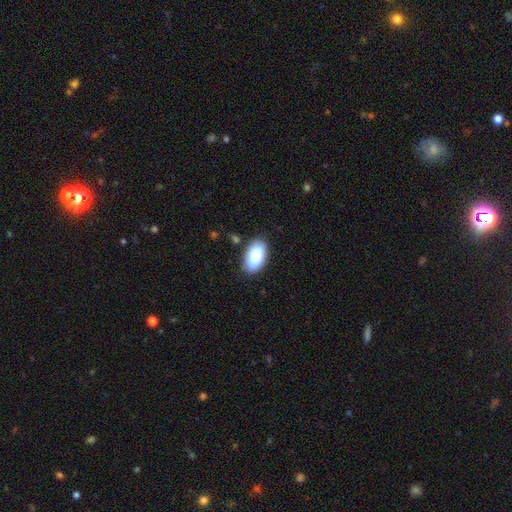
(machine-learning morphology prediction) Smooth or featured? Predicted: smooth (p=0.88). How rounded? Predicted: in between (p=0.95). Merging? Predicted: none (p=0.84).